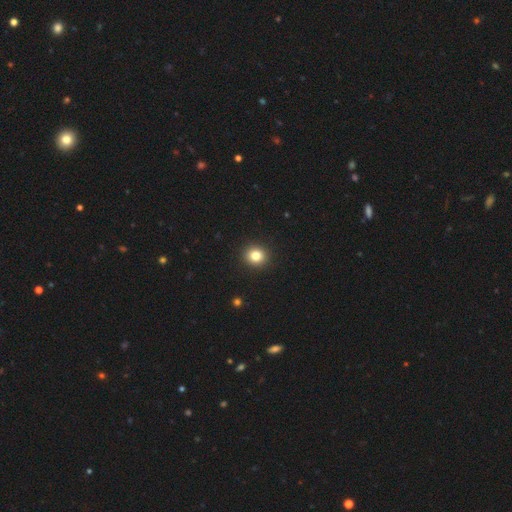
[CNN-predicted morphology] smooth_or_featured: smooth (p=0.82) [alt: star or artifact p=0.12]
how_rounded: round (p=0.86) [alt: in between p=0.14]
merging: none (p=0.93) [alt: minor disturbance p=0.05]